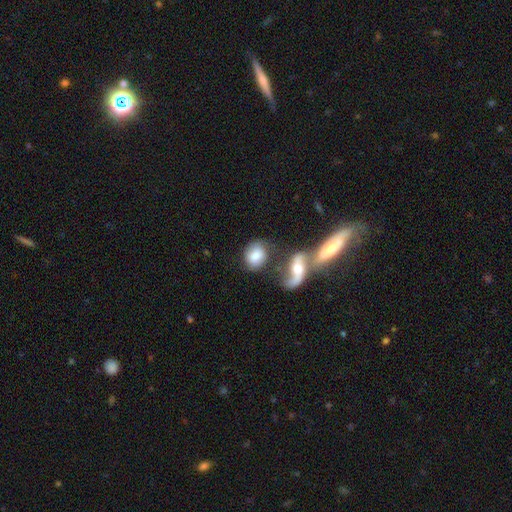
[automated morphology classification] Smooth or featured?
  - smooth: 71% *
  - featured or disk: 21%
  - star or artifact: 8%
How rounded?
  - round: 50% *
  - in between: 48%
  - cigar-shaped: 2%
Merging?
  - none: 46% *
  - merger: 32%
  - minor disturbance: 14%
  - major disturbance: 9%